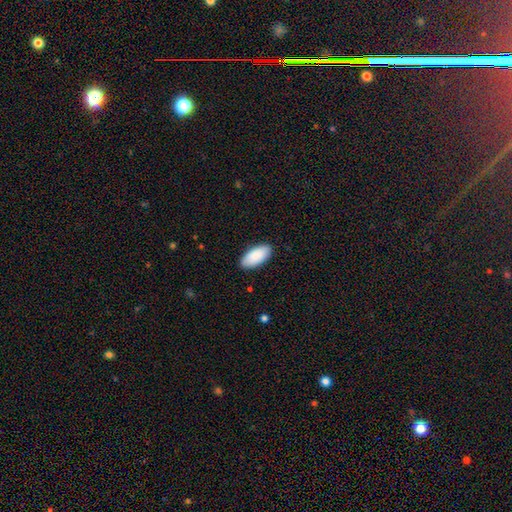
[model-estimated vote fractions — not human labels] This appears to be a smooth galaxy with no disk features (90%) that is in between round and cigar-shaped (94%). Merging: none (89%).